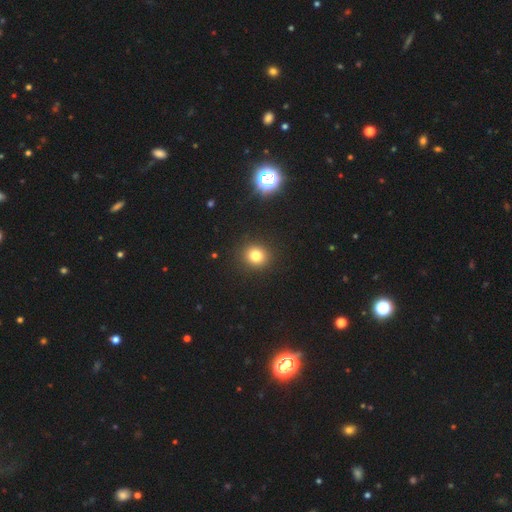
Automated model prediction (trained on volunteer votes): Smooth or featured? smooth (78%)
How rounded? round (83%)
Merging? none (91%)